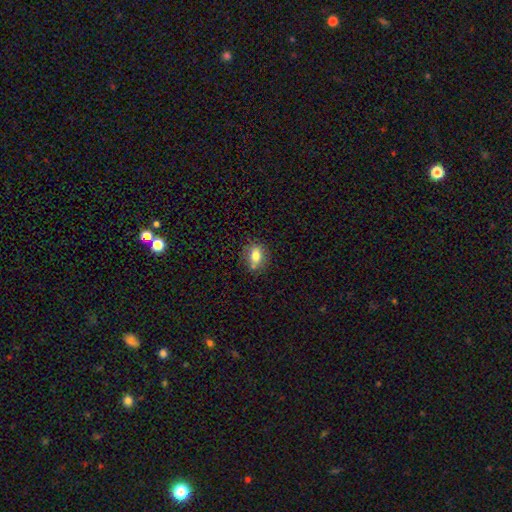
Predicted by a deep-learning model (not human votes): Smooth or featured: smooth — 75% (featured or disk — 15%)
How rounded: in between — 68% (round — 28%)
Merging: none — 69% (minor disturbance — 20%)